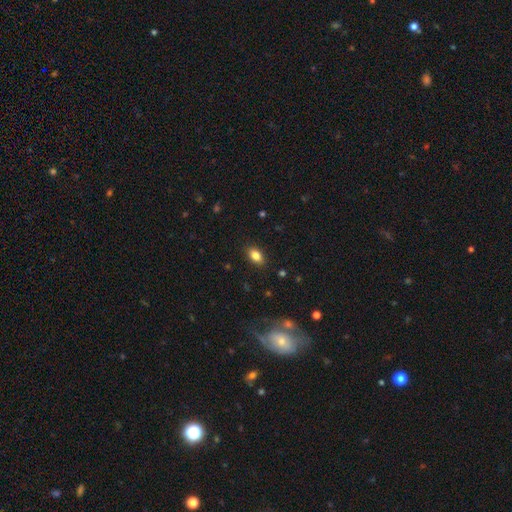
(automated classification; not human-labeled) Q: Smooth or featured?
A: smooth (83%); runner-up: star or artifact (9%)
Q: How rounded?
A: in between (87%); runner-up: round (10%)
Q: Merging?
A: none (88%); runner-up: minor disturbance (9%)